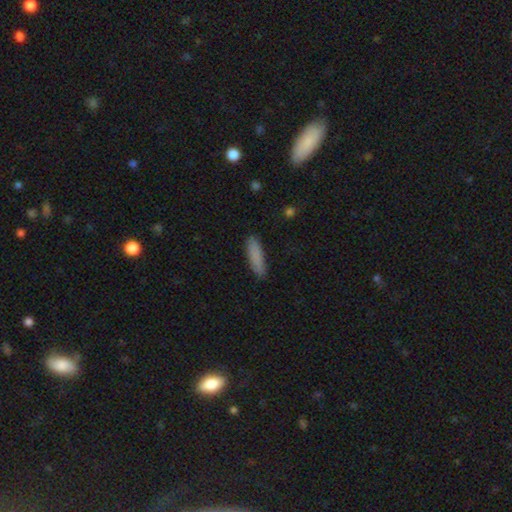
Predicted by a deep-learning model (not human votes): The model was most divided on "how rounded": cigar-shaped: 72%, in between: 27%, round: 2%. More confident: merging — none (86%); smooth or featured — smooth (86%).